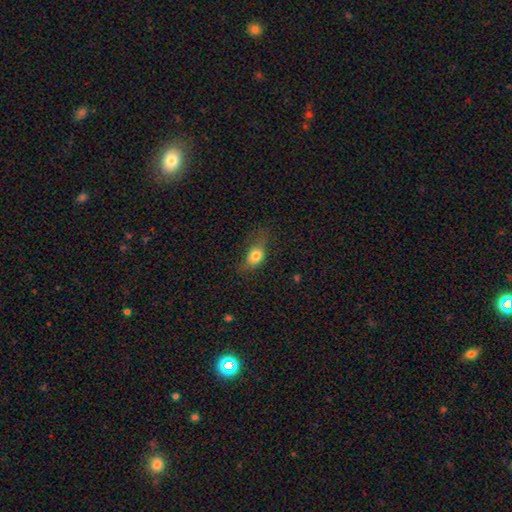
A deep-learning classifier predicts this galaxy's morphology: Smooth or featured? Predicted: smooth (p=0.77). How rounded? Predicted: in between (p=0.66). Merging? Predicted: none (p=0.46).